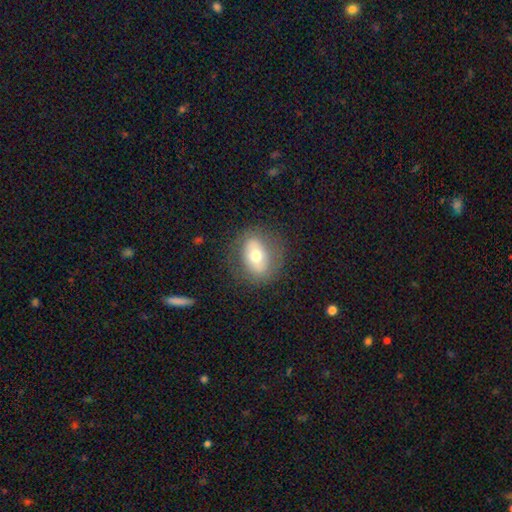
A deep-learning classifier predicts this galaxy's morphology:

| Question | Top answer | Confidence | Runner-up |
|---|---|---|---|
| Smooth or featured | smooth | 57% | featured or disk (35%) |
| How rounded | in between | 62% | round (36%) |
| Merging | none | 80% | minor disturbance (13%) |